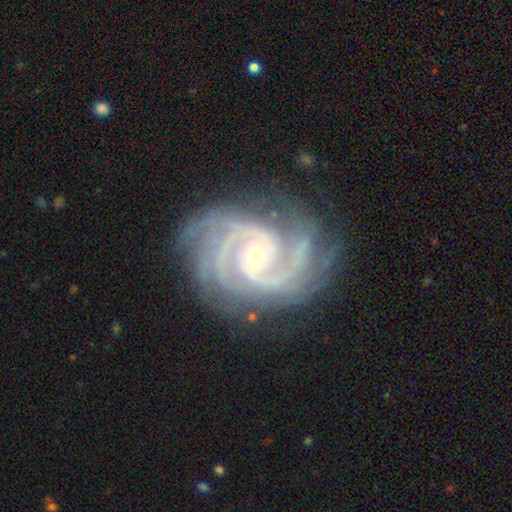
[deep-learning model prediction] Smooth or featured? Predicted: featured or disk (p=0.93). Edge-on disk? Predicted: no (p=0.98). Bar? Predicted: no (p=0.49). Spiral arms? Predicted: yes (p=0.99). Spiral winding? Predicted: tight (p=0.62). Spiral arm count? Predicted: 3 (p=0.33). Bulge size? Predicted: moderate (p=0.49). Merging? Predicted: none (p=0.77).